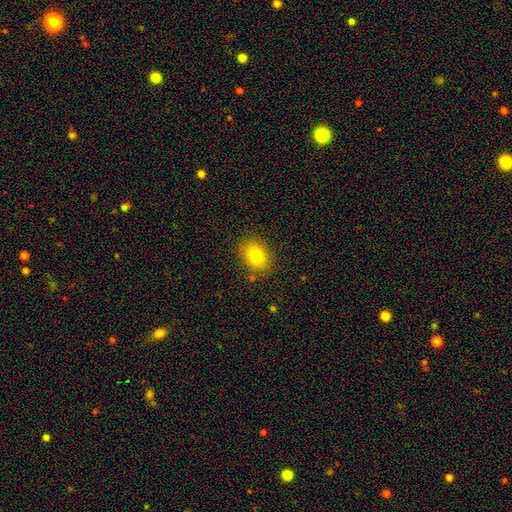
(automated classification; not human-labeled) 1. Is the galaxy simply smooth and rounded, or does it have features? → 79% smooth, 11% star or artifact, 10% featured or disk.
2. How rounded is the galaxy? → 56% in between, 43% round, 1% cigar-shaped.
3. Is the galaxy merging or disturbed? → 84% none, 11% minor disturbance, 3% major disturbance, 2% merger.